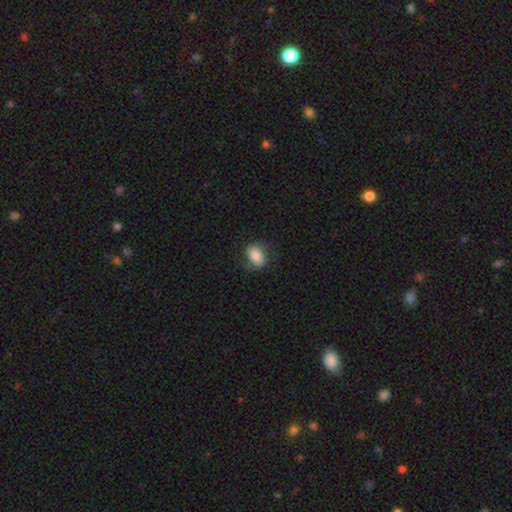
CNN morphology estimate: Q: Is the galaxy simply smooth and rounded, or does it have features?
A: smooth — 73%.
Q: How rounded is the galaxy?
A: in between — 73%.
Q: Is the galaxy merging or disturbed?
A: none — 67%.